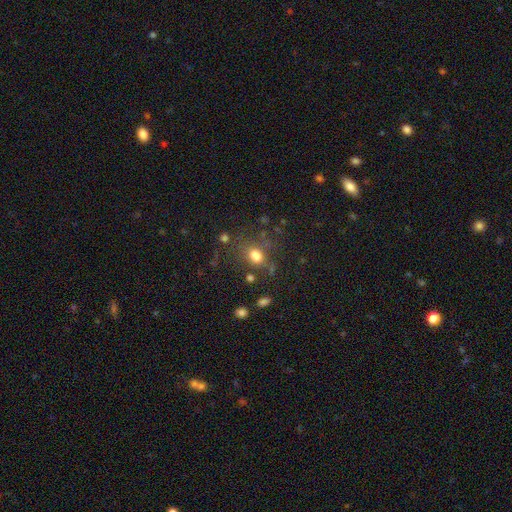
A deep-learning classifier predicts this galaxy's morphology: This appears to be a smooth galaxy with no disk features (75%) that is in between round and cigar-shaped (58%). Merging: none (65%).